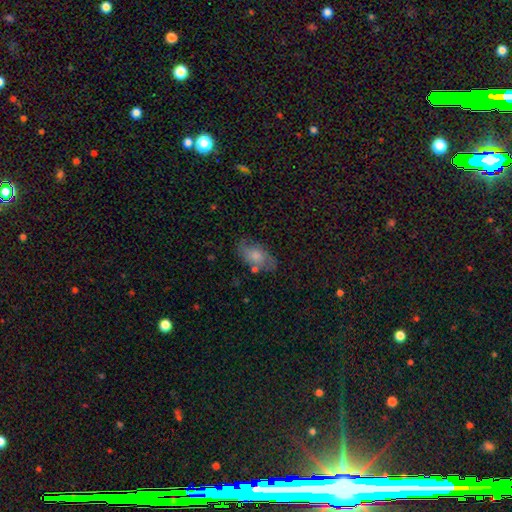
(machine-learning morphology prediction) Q: Smooth or featured?
A: smooth (58%); runner-up: featured or disk (35%)
Q: How rounded?
A: in between (90%); runner-up: round (6%)
Q: Merging?
A: none (65%); runner-up: minor disturbance (22%)